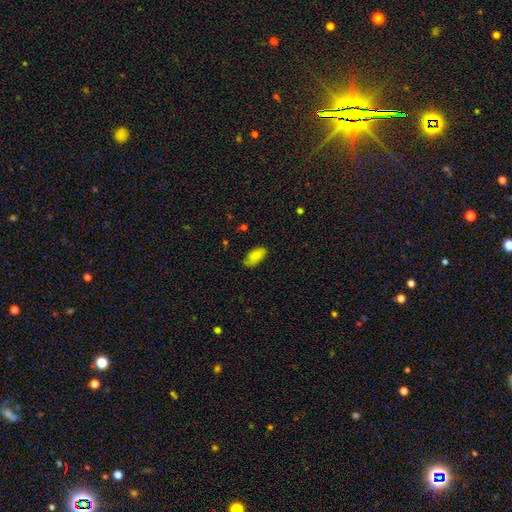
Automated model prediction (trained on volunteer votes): Smooth or featured?
  - smooth: 84% *
  - featured or disk: 9%
  - star or artifact: 7%
How rounded?
  - in between: 92% *
  - cigar-shaped: 6%
  - round: 2%
Merging?
  - none: 76% *
  - minor disturbance: 19%
  - major disturbance: 3%
  - merger: 1%